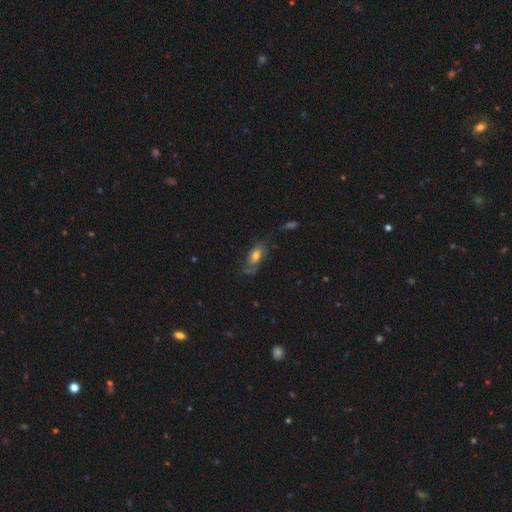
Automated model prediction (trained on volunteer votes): smooth_or_featured: smooth (p=0.49) [alt: featured or disk p=0.41]
merging: none (p=0.52) [alt: minor disturbance p=0.26]